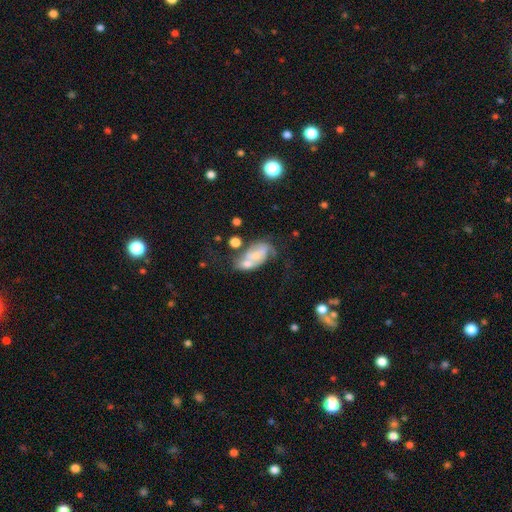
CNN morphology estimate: Smooth or featured? Predicted: featured or disk (p=0.54). Edge-on disk? Predicted: no (p=0.95). Bar? Predicted: no (p=0.69). Spiral arms? Predicted: yes (p=0.54). Bulge size? Predicted: small (p=0.53). Merging? Predicted: merger (p=0.41).